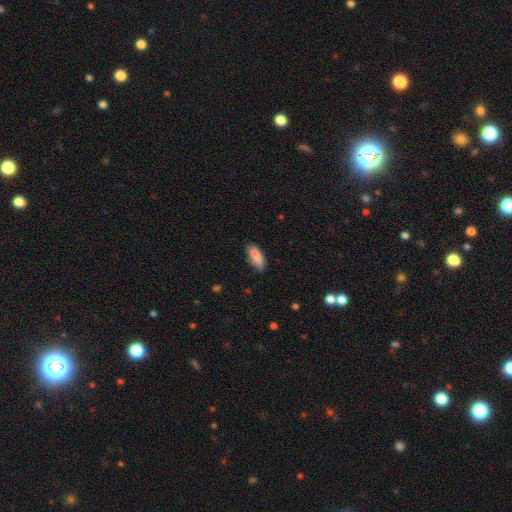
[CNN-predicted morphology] Overall: smooth (81%). How rounded: in between (74%). Merging: none (57%; minor disturbance 29%).